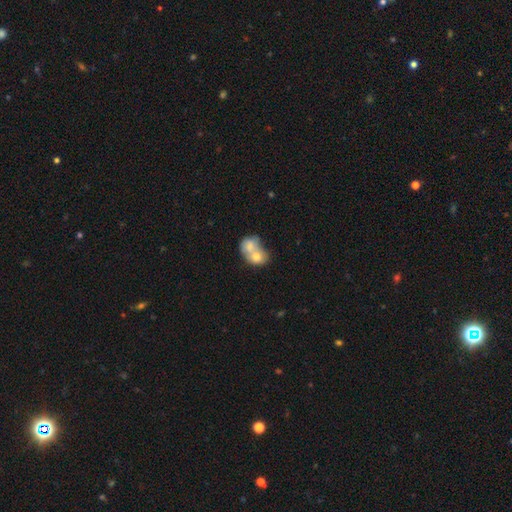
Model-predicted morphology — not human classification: A smooth galaxy with no disk features (65%) that is in between round and cigar-shaped (54%). Merging: merger (77%).